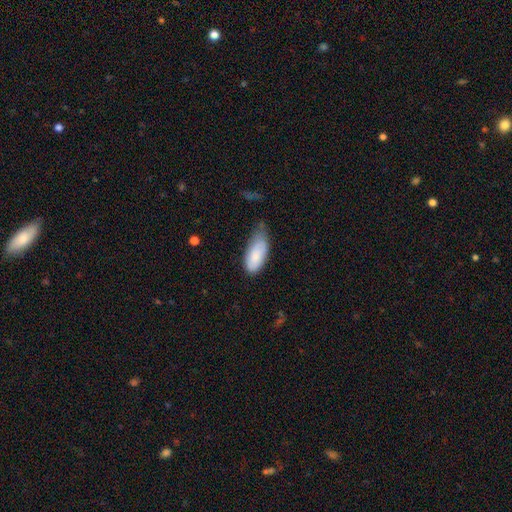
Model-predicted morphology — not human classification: A smooth galaxy with no disk features (81%) that is in between round and cigar-shaped (87%).

Vote fractions:
- Smooth or featured? smooth: 81% / featured or disk: 13% / star or artifact: 6%
- How rounded? in between: 87% / cigar-shaped: 11% / round: 2%
- Merging? minor disturbance: 48% / none: 32% / major disturbance: 16% / merger: 3%